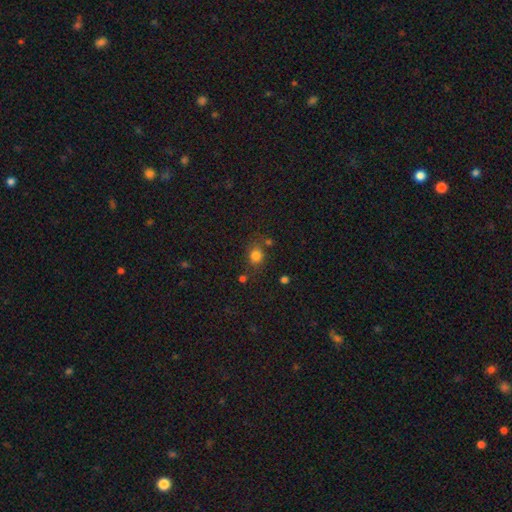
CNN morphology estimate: This is likely a smooth galaxy (79%). How rounded: likely round (72%). Merging: likely none (71%).